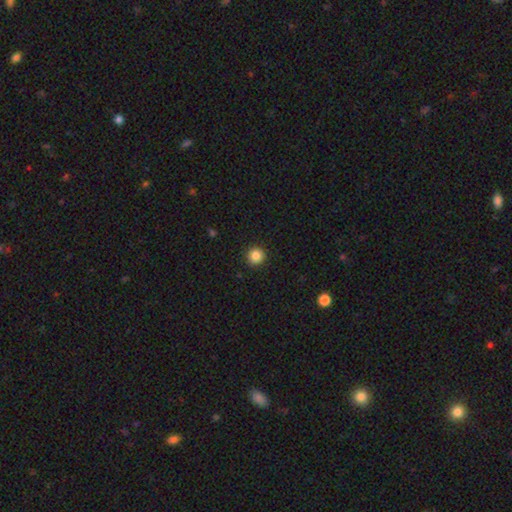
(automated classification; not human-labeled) smooth_or_featured: smooth (p=0.85) [alt: star or artifact p=0.11]
how_rounded: round (p=0.95) [alt: in between p=0.04]
merging: none (p=0.93) [alt: minor disturbance p=0.05]